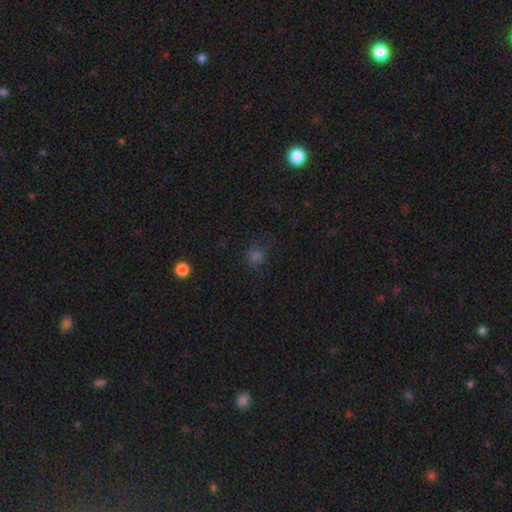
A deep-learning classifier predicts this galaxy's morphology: A smooth galaxy with no disk features (69%) that is round (85%).

Vote fractions:
- Smooth or featured? smooth: 69% / star or artifact: 26% / featured or disk: 5%
- How rounded? round: 85% / in between: 14% / cigar-shaped: 1%
- Merging? none: 80% / minor disturbance: 13% / major disturbance: 5% / merger: 2%